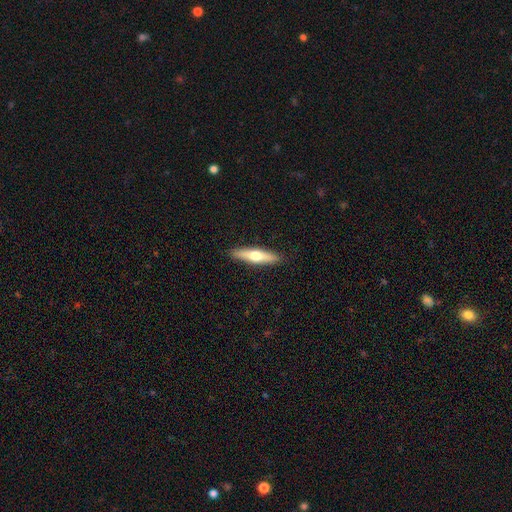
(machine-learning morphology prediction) A smooth galaxy with no disk features (49%).

Vote fractions:
- Smooth or featured? smooth: 49% / featured or disk: 45% / star or artifact: 5%
- Merging? none: 90% / minor disturbance: 7% / major disturbance: 2% / merger: 1%